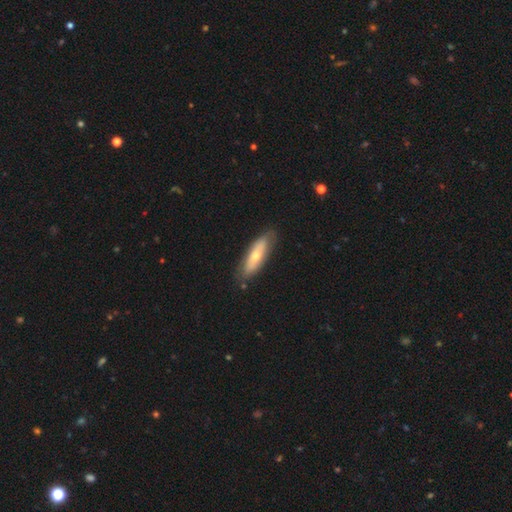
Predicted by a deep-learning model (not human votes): smooth-or-featured: smooth: 53% | featured or disk: 42% | star or artifact: 5%
  how-rounded: in between: 52% | cigar-shaped: 46% | round: 2%
  merging: none: 80% | minor disturbance: 15% | major disturbance: 3% | merger: 2%